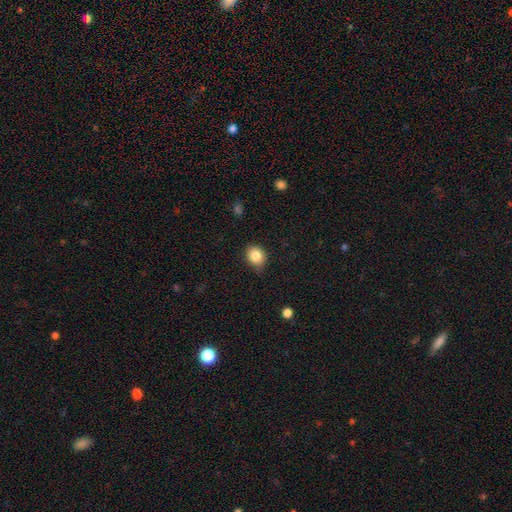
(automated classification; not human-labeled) Smooth or featured?
  - smooth: 84% *
  - star or artifact: 10%
  - featured or disk: 6%
How rounded?
  - round: 67% *
  - in between: 32%
  - cigar-shaped: 1%
Merging?
  - none: 77% *
  - minor disturbance: 19%
  - major disturbance: 3%
  - merger: 1%